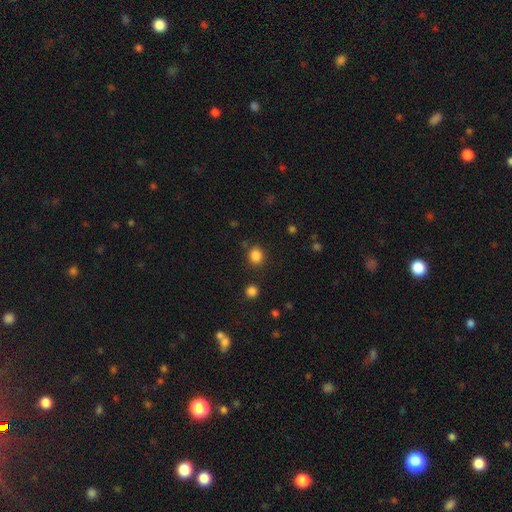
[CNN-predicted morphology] Smooth or featured?
  - smooth: 85% *
  - star or artifact: 12%
  - featured or disk: 4%
How rounded?
  - round: 74% *
  - in between: 25%
  - cigar-shaped: 1%
Merging?
  - none: 83% *
  - minor disturbance: 9%
  - merger: 4%
  - major disturbance: 3%